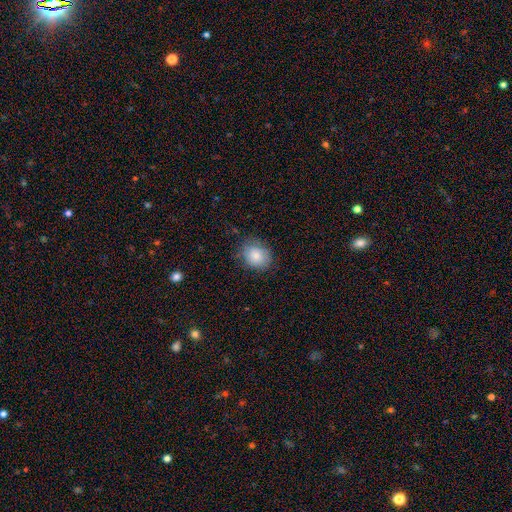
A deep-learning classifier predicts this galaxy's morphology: Smooth or featured?
  - smooth: 83% *
  - featured or disk: 9%
  - star or artifact: 8%
How rounded?
  - round: 56% *
  - in between: 43%
  - cigar-shaped: 1%
Merging?
  - none: 74% *
  - minor disturbance: 20%
  - major disturbance: 5%
  - merger: 1%